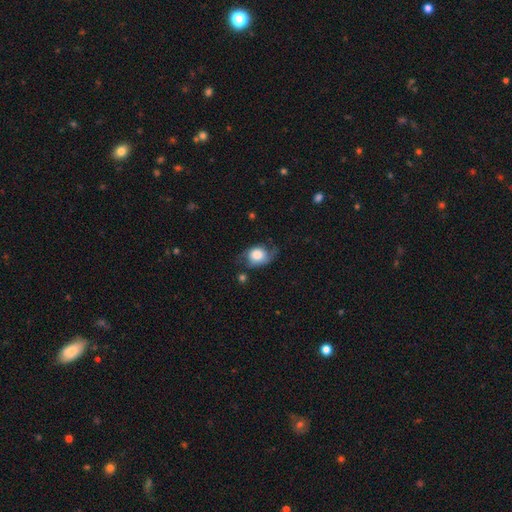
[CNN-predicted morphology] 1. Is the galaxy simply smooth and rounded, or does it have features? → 59% smooth, 33% featured or disk, 8% star or artifact.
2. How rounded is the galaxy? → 52% in between, 47% round, 1% cigar-shaped.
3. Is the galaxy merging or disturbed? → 44% none, 33% minor disturbance, 19% major disturbance, 4% merger.